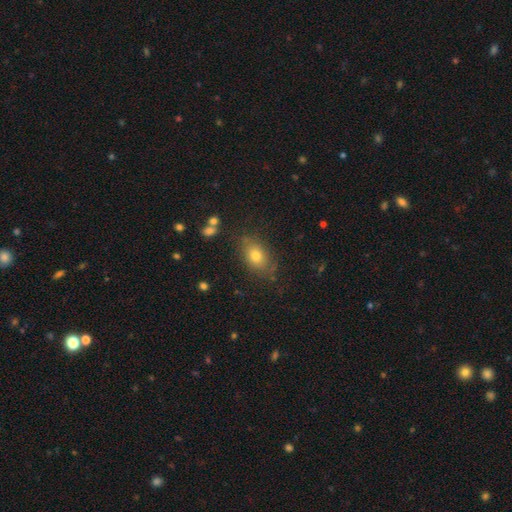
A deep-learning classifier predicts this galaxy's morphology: smooth-or-featured: smooth: 74% | featured or disk: 14% | star or artifact: 12%
  how-rounded: in between: 78% | round: 20% | cigar-shaped: 2%
  merging: none: 77% | minor disturbance: 15% | major disturbance: 5% | merger: 3%